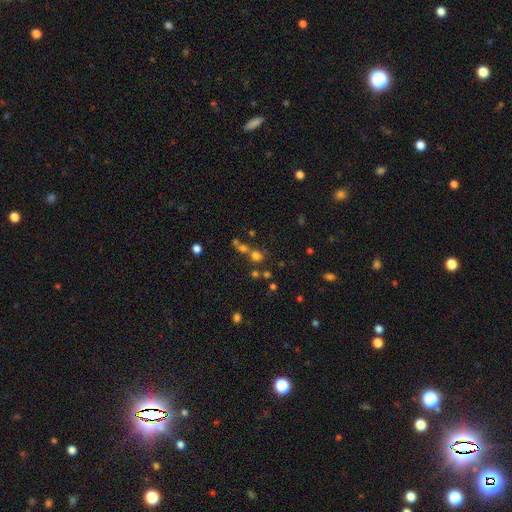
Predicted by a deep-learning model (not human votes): A smooth galaxy with no disk features (63%) that is round (84%).

Vote fractions:
- Smooth or featured? smooth: 63% / star or artifact: 25% / featured or disk: 12%
- How rounded? round: 84% / in between: 15% / cigar-shaped: 2%
- Merging? none: 51% / merger: 37% / minor disturbance: 8% / major disturbance: 5%